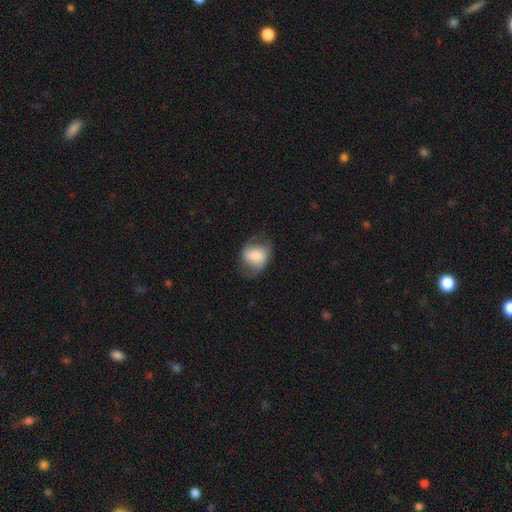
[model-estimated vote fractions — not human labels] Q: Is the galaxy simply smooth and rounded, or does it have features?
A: smooth — 58%.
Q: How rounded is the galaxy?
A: in between — 57%.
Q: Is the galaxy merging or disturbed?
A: none — 56%.